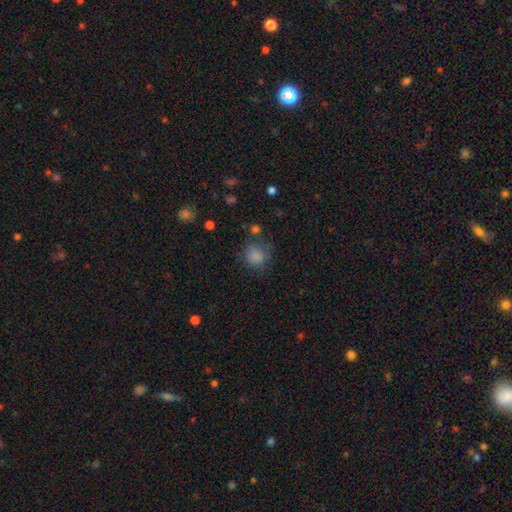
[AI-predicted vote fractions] smooth_or_featured: smooth (p=0.82) [alt: star or artifact p=0.11]
how_rounded: round (p=0.81) [alt: in between p=0.18]
merging: none (p=0.67) [alt: minor disturbance p=0.20]